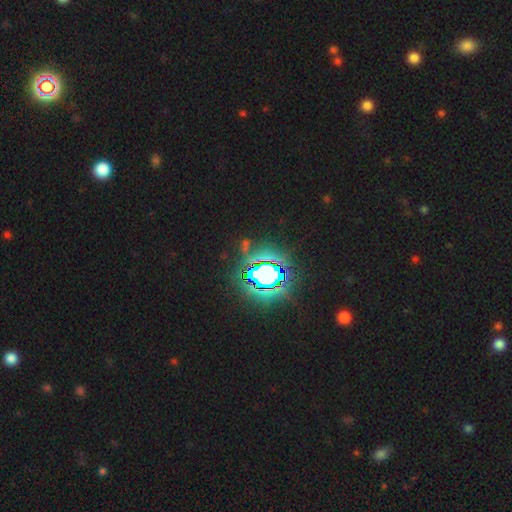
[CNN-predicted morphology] smooth_or_featured: star or artifact (p=0.83) [alt: smooth p=0.10]